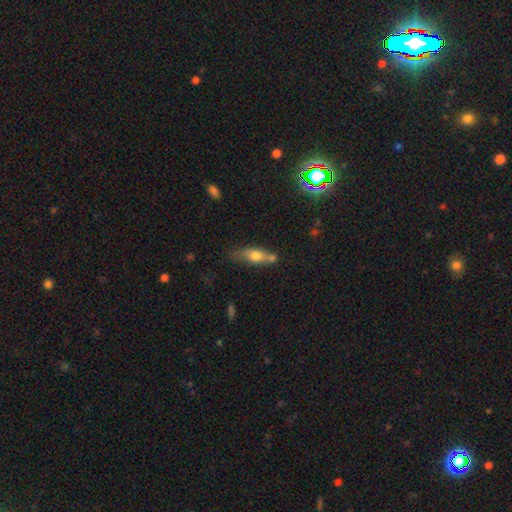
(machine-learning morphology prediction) type=smooth (59%); roundness=in between (53%); merging=none (52%).